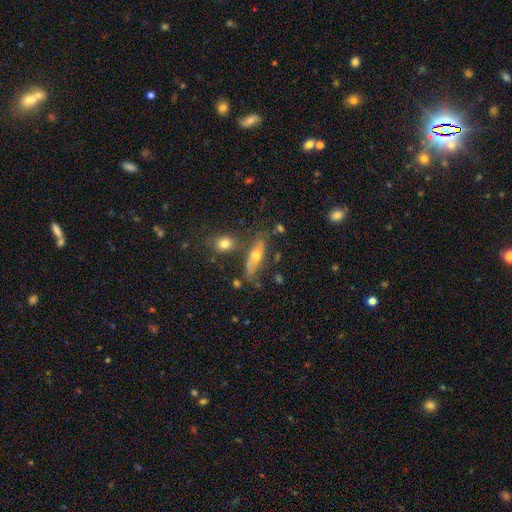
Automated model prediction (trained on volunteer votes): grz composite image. It shows a smooth galaxy with no disk features (46%). Merging: none (61%).